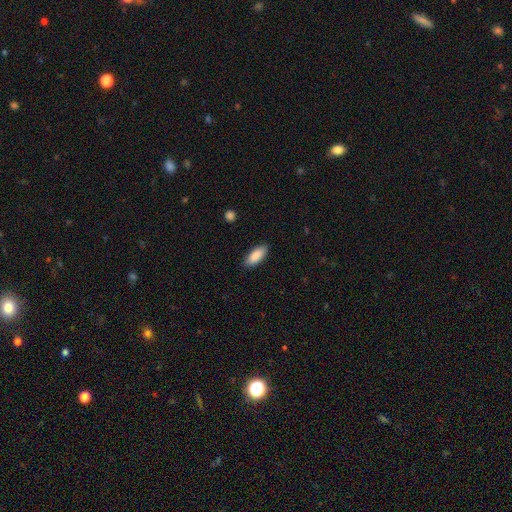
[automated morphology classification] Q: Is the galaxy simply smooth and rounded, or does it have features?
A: smooth — 89%.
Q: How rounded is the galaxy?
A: in between — 80%.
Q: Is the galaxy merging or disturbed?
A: none — 88%.